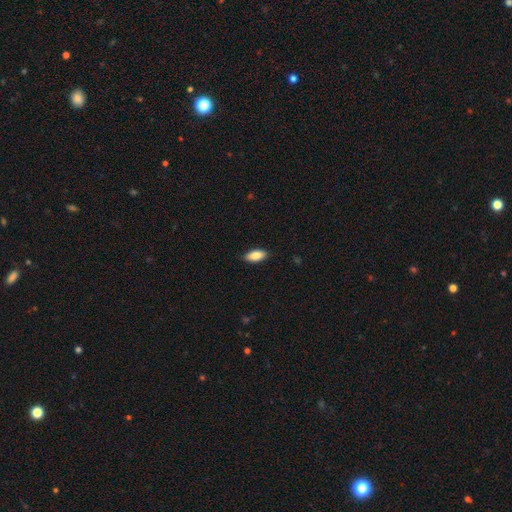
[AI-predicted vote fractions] Smooth or featured? smooth (85%)
How rounded? in between (88%)
Merging? none (89%)